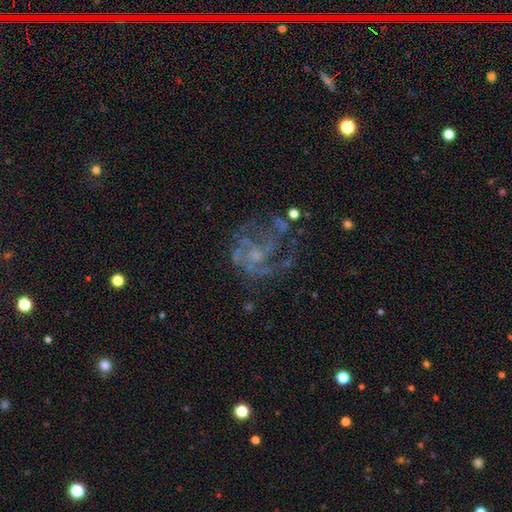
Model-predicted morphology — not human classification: Smooth or featured? Predicted: featured or disk (p=0.80). Edge-on disk? Predicted: no (p=0.98). Bar? Predicted: no (p=0.72). Spiral arms? Predicted: yes (p=0.83). Spiral winding? Predicted: medium (p=0.45). Spiral arm count? Predicted: can't tell (p=0.28). Bulge size? Predicted: small (p=0.45). Merging? Predicted: none (p=0.47).